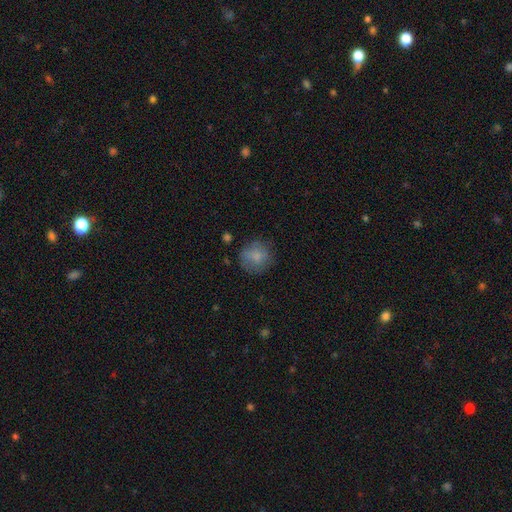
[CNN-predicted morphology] smooth_or_featured: smooth (p=0.80) [alt: featured or disk p=0.12]
how_rounded: round (p=0.90) [alt: in between p=0.09]
merging: none (p=0.73) [alt: minor disturbance p=0.18]